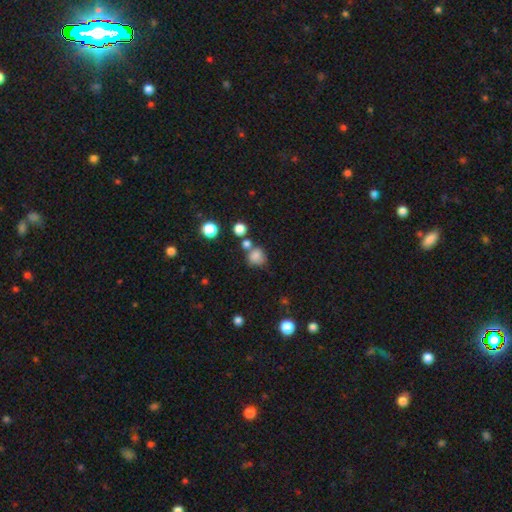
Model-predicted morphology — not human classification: Overall: smooth (79%). How rounded: round (74%). Merging: none (51%; merger 22%).